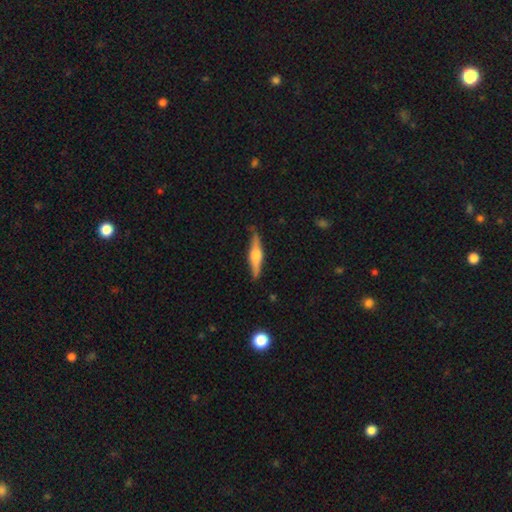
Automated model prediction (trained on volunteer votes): Q: Smooth or featured?
A: featured or disk (66%); runner-up: smooth (28%)
Q: Edge-on disk?
A: yes (96%); runner-up: no (4%)
Q: Edge-on bulge?
A: rounded (93%); runner-up: boxy (5%)
Q: Merging?
A: none (85%); runner-up: minor disturbance (11%)